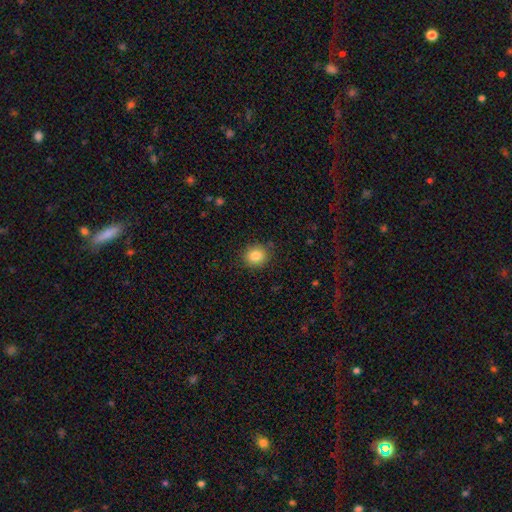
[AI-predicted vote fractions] smooth-or-featured: smooth: 84% | star or artifact: 10% | featured or disk: 6%
  how-rounded: round: 80% | in between: 20% | cigar-shaped: 1%
  merging: none: 87% | minor disturbance: 9% | major disturbance: 3% | merger: 1%